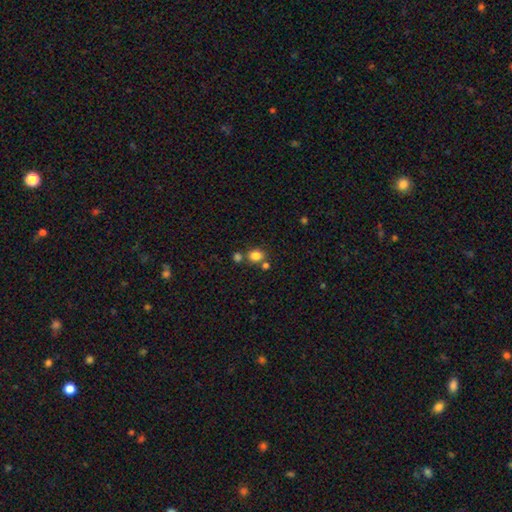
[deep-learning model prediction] A smooth galaxy with no disk features (81%) that is round (59%). Merging: none (66%).